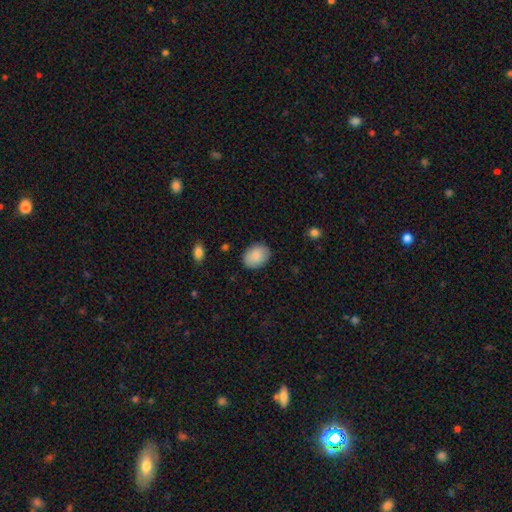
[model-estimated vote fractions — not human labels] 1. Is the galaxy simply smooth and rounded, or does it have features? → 88% smooth, 6% star or artifact, 6% featured or disk.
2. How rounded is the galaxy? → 69% in between, 30% round, 1% cigar-shaped.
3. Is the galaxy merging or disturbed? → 86% none, 11% minor disturbance, 3% major disturbance, 1% merger.